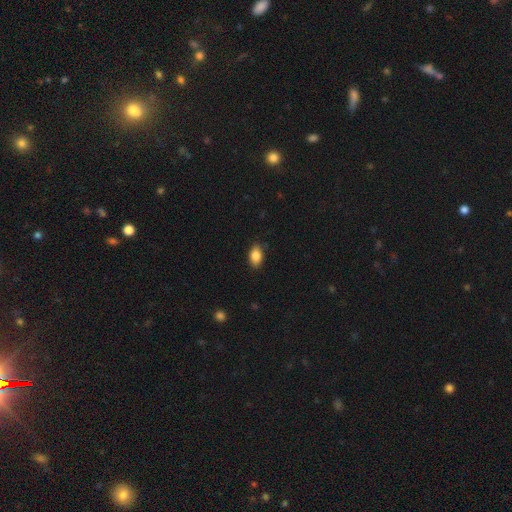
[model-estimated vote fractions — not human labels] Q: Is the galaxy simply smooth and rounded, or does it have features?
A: smooth — 87%.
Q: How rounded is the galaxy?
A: in between — 89%.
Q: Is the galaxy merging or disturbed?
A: none — 83%.